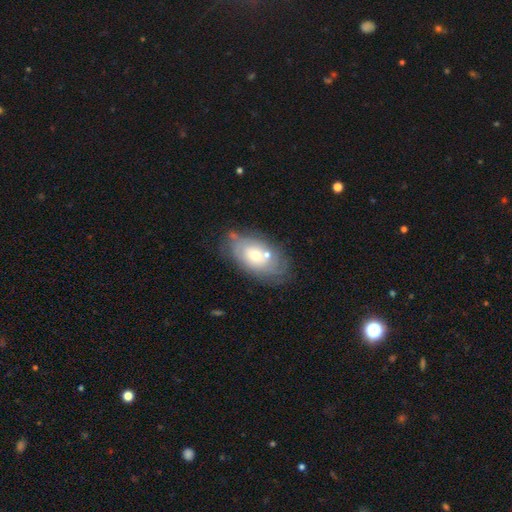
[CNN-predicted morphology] Smooth or featured: featured or disk — 55% (smooth — 37%)
Edge-on disk: no — 92% (yes — 8%)
Bar: no — 83% (weak — 14%)
Spiral arms: yes — 56% (no — 44%)
Bulge size: moderate — 55% (small — 38%)
Merging: none — 58% (minor disturbance — 20%)